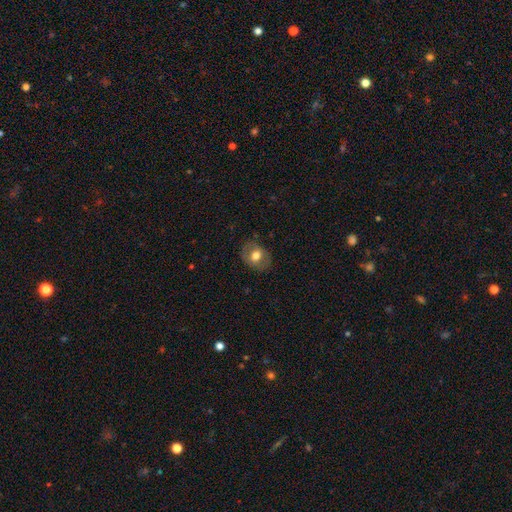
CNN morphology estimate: Smooth or featured? smooth (63%)
How rounded? in between (51%)
Merging? none (80%)